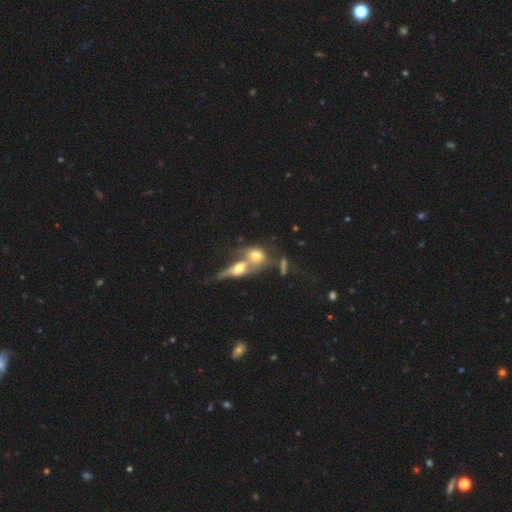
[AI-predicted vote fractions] This appears to be a smooth galaxy with no disk features (58%) that is in between round and cigar-shaped (49%). Merging: merger (68%).